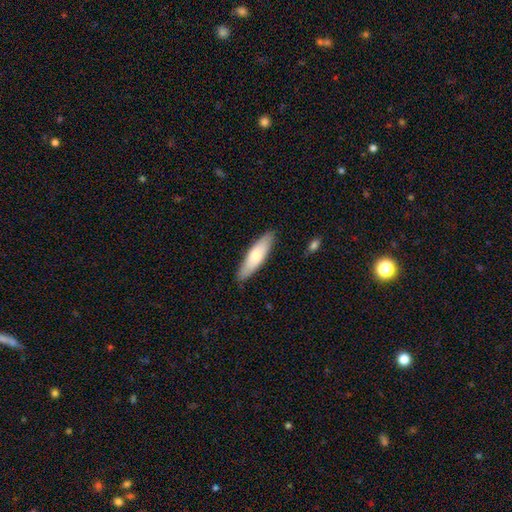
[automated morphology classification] The model was most divided on "how rounded": cigar-shaped: 59%, in between: 40%, round: 1%. More confident: merging — none (85%); smooth or featured — smooth (69%).